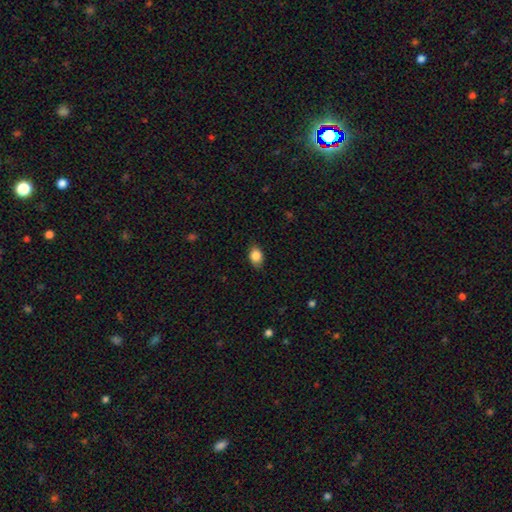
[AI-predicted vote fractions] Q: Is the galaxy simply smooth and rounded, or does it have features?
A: smooth — 86%.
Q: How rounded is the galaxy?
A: in between — 74%.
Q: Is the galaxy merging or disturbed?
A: none — 81%.